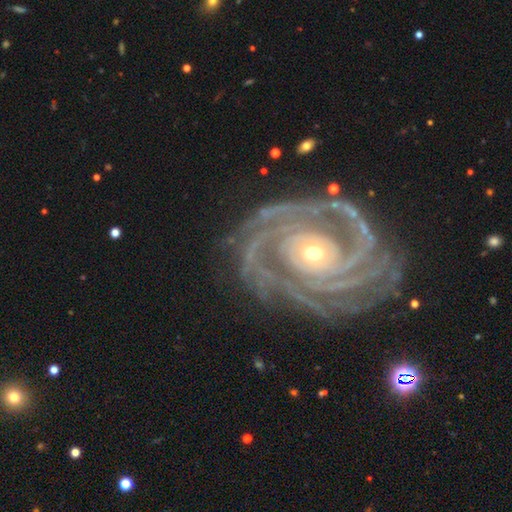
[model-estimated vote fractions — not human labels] A featured or disk galaxy (93%) with no bar (71%), 3 (29%) tight (80%) spiral arms (99%) and a small central bulge (49%). Merging: none (77%).